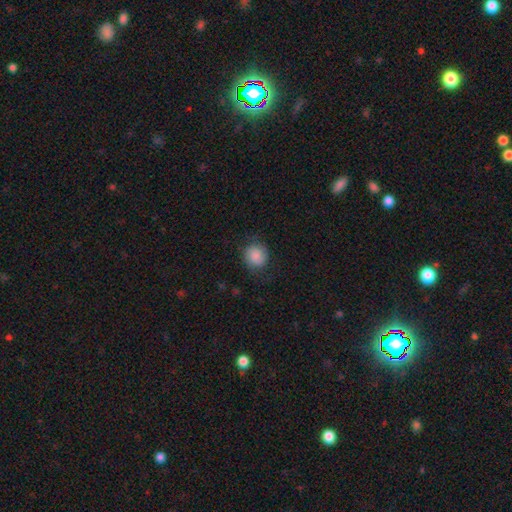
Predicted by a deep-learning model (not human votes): Overall: smooth (78%). How rounded: round (80%). Merging: none (72%).